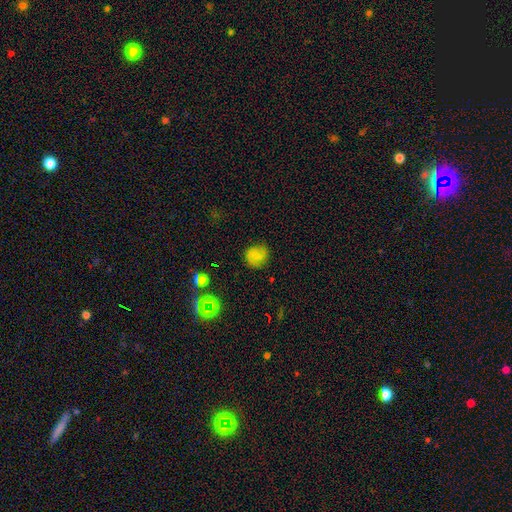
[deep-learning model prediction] Smooth or featured? Predicted: smooth (p=0.63). How rounded? Predicted: round (p=0.82). Merging? Predicted: none (p=0.78).